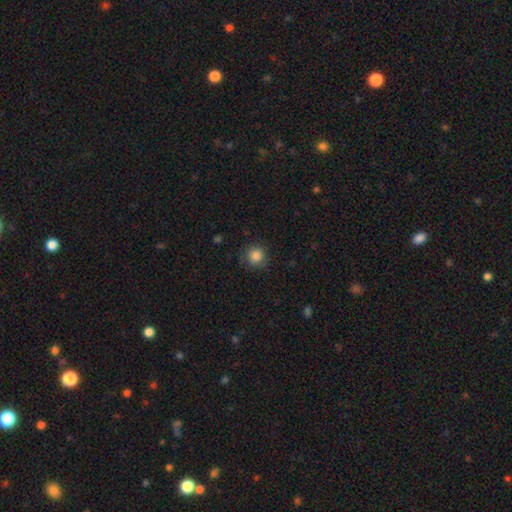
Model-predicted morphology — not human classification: smooth_or_featured: smooth (p=0.85) [alt: star or artifact p=0.11]
how_rounded: round (p=0.93) [alt: in between p=0.06]
merging: none (p=0.85) [alt: minor disturbance p=0.10]